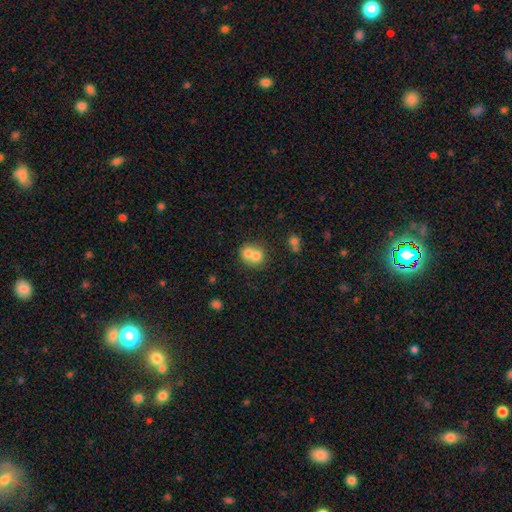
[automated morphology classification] smooth 69%, featured or disk 21%, star or artifact 10%. Down the decision tree: how rounded — round (71%); merging — merger (66%).